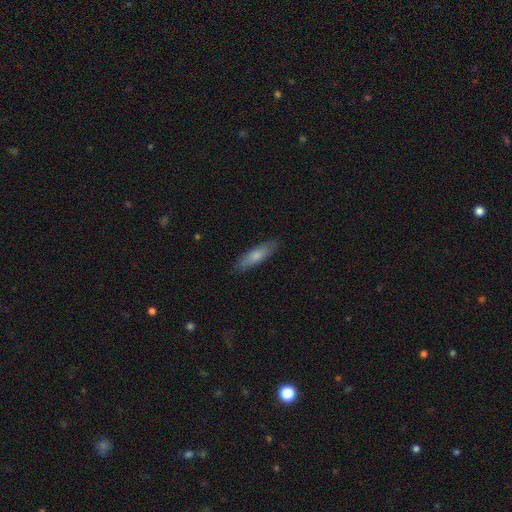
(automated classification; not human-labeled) smooth 75%, featured or disk 20%, star or artifact 6%. Down the decision tree: how rounded — cigar-shaped (65%); merging — none (86%).